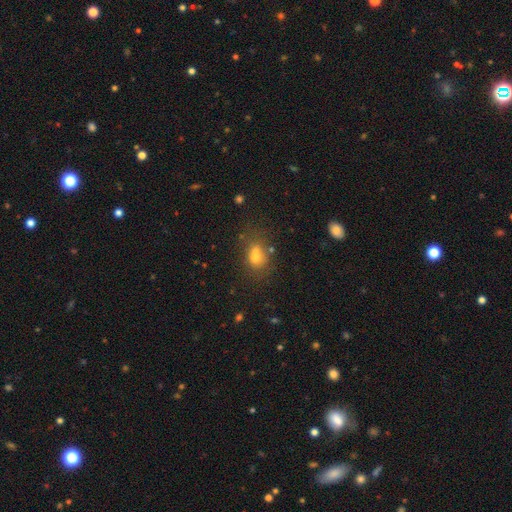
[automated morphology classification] smooth_or_featured: smooth (p=0.64) [alt: star or artifact p=0.18]
how_rounded: round (p=0.53) [alt: in between p=0.45]
merging: merger (p=0.45) [alt: none p=0.38]